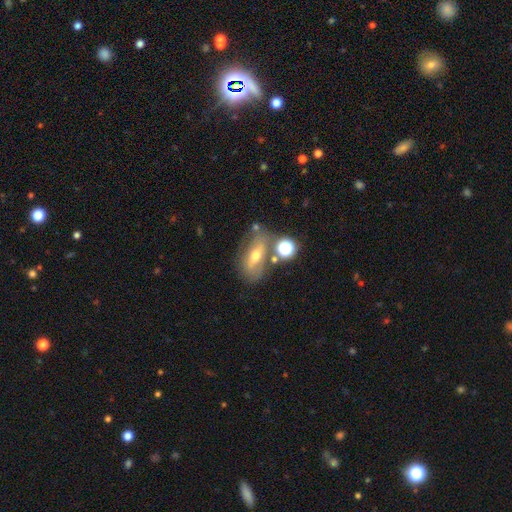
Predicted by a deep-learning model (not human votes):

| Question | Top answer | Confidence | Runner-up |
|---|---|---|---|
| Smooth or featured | featured or disk | 50% | smooth (39%) |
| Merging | none | 60% | minor disturbance (18%) |